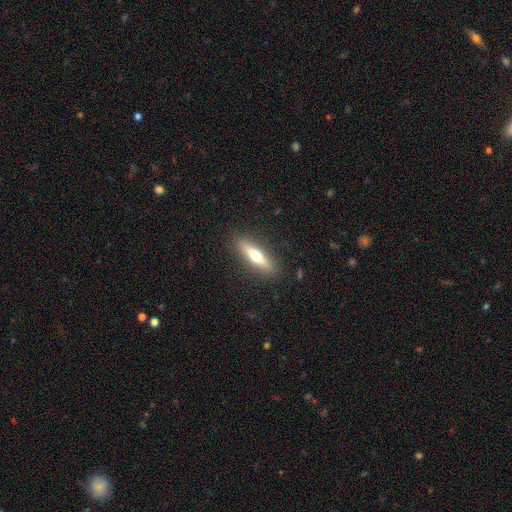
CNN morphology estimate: Q: Smooth or featured?
A: smooth (54%); runner-up: featured or disk (39%)
Q: How rounded?
A: cigar-shaped (71%); runner-up: in between (27%)
Q: Merging?
A: none (88%); runner-up: minor disturbance (9%)